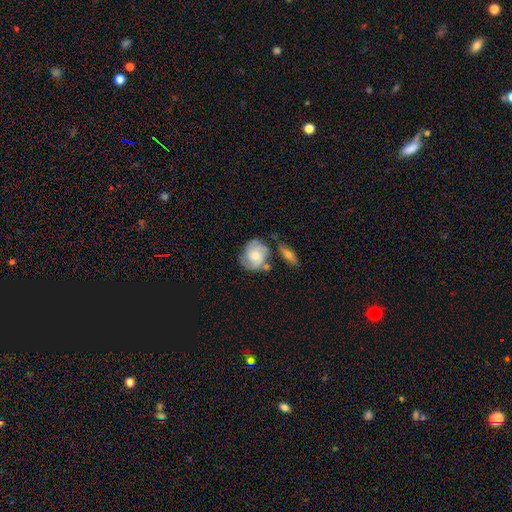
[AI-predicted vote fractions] A featured or disk galaxy (52%) with no bar (71%), spiral arms (81%) and a moderate central bulge (54%).

Vote fractions:
- Smooth or featured? featured or disk: 52% / smooth: 41% / star or artifact: 7%
- Edge-on disk? no: 96% / yes: 4%
- Bar? no: 71% / weak: 24% / strong: 4%
- Spiral arms? yes: 81% / no: 19%
- Bulge size? moderate: 54% / small: 34% / large: 7% / none: 4% / dominant: 2%
- Merging? none: 50% / minor disturbance: 22% / merger: 19% / major disturbance: 9%